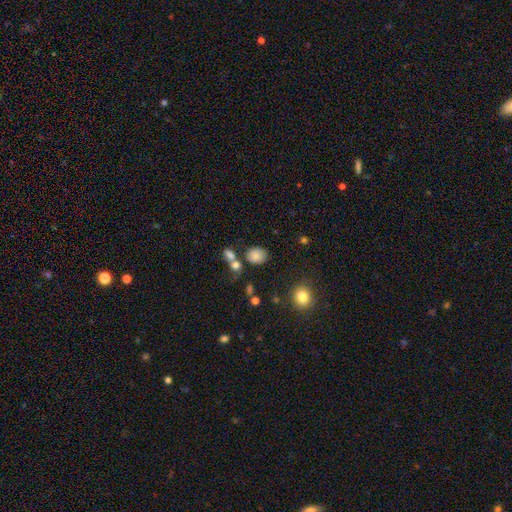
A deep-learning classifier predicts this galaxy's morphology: Smooth or featured? smooth (82%)
How rounded? round (60%)
Merging? none (65%)